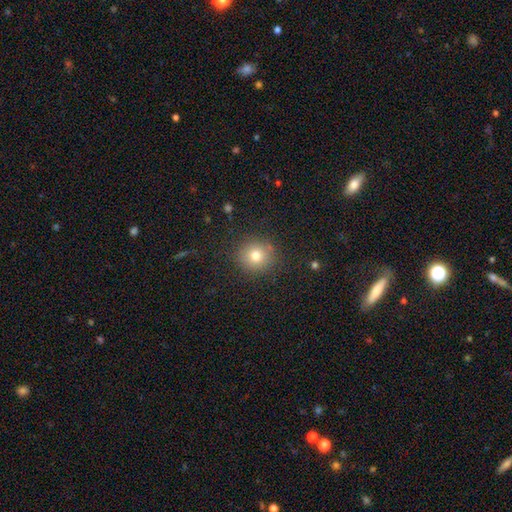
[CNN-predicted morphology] Smooth or featured? Predicted: smooth (p=0.76). How rounded? Predicted: round (p=0.91). Merging? Predicted: none (p=0.87).